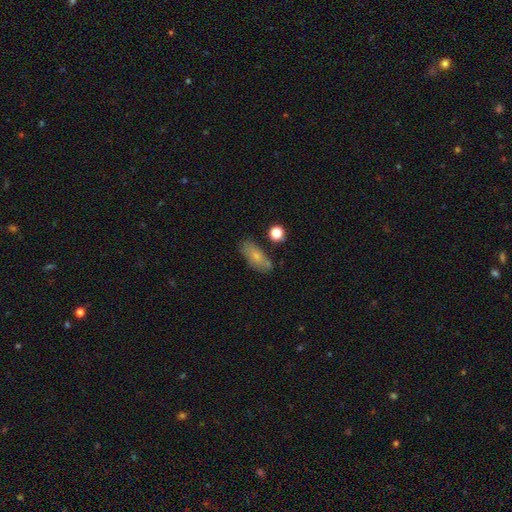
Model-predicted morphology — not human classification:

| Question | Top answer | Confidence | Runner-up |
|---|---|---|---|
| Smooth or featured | smooth | 74% | featured or disk (18%) |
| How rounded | in between | 84% | cigar-shaped (12%) |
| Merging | none | 67% | minor disturbance (20%) |